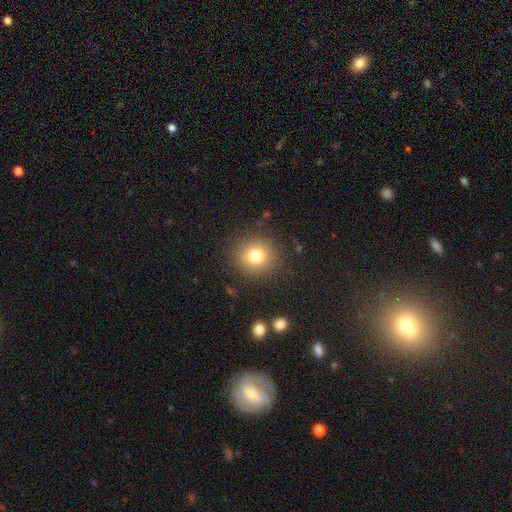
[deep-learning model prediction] Smooth or featured?
  - smooth: 76% *
  - star or artifact: 13%
  - featured or disk: 11%
How rounded?
  - round: 92% *
  - in between: 7%
  - cigar-shaped: 1%
Merging?
  - none: 86% *
  - minor disturbance: 8%
  - major disturbance: 3%
  - merger: 2%